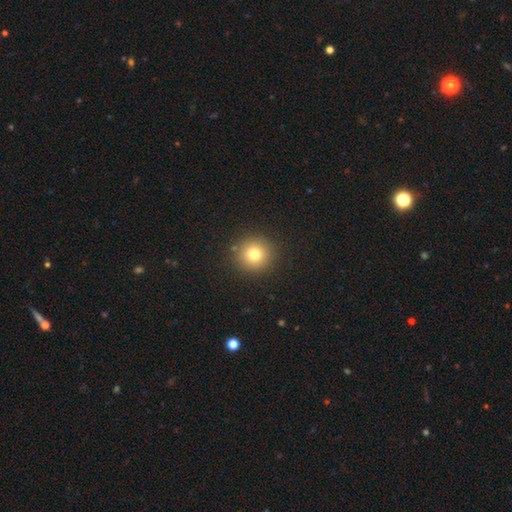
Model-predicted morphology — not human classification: smooth_or_featured: smooth (p=0.77) [alt: star or artifact p=0.14]
how_rounded: round (p=0.94) [alt: in between p=0.05]
merging: none (p=0.90) [alt: minor disturbance p=0.06]